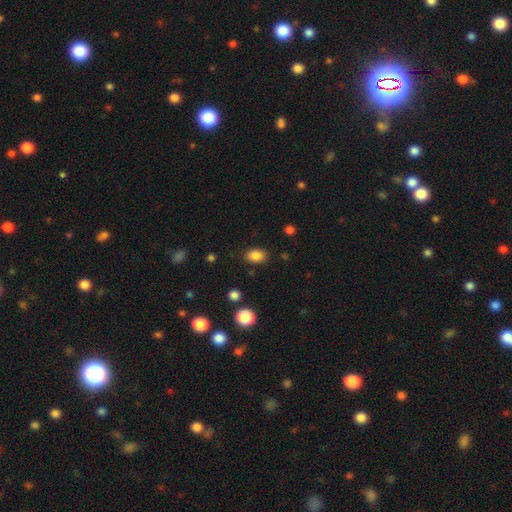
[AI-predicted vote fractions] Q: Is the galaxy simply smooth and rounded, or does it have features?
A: smooth — 85%.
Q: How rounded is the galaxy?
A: in between — 80%.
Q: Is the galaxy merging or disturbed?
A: none — 85%.